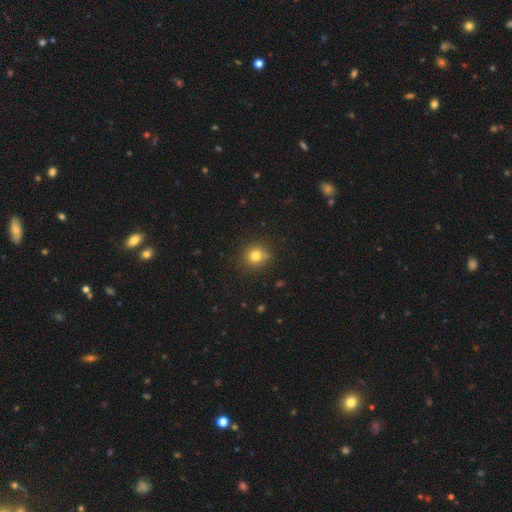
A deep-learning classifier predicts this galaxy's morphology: type=smooth (80%); roundness=round (86%); merging=none (83%).